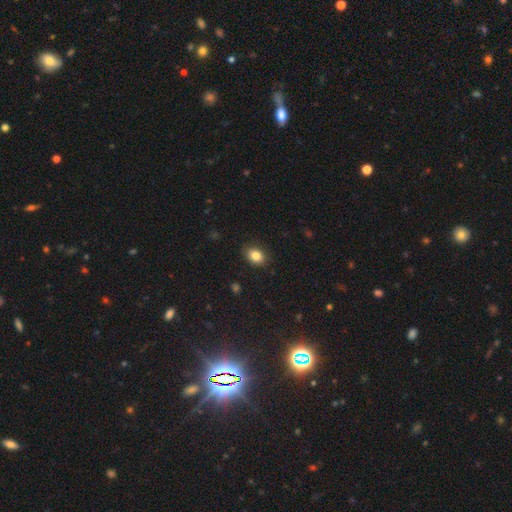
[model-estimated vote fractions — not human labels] This is clearly a smooth galaxy (84%). How rounded: likely in between (71%). Merging: clearly none (86%).